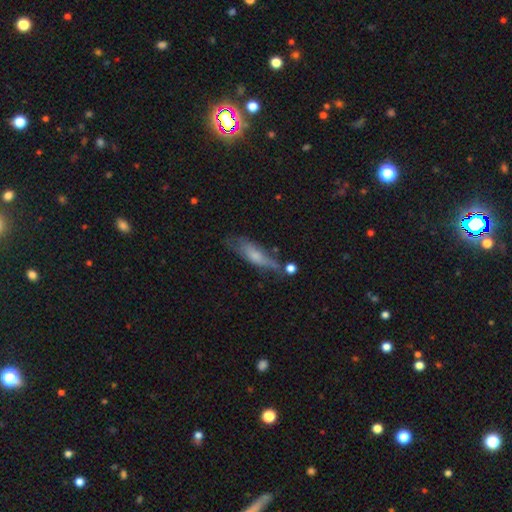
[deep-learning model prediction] Smooth or featured: smooth — 56% (featured or disk — 36%)
How rounded: cigar-shaped — 55% (in between — 42%)
Merging: none — 42% (minor disturbance — 31%)